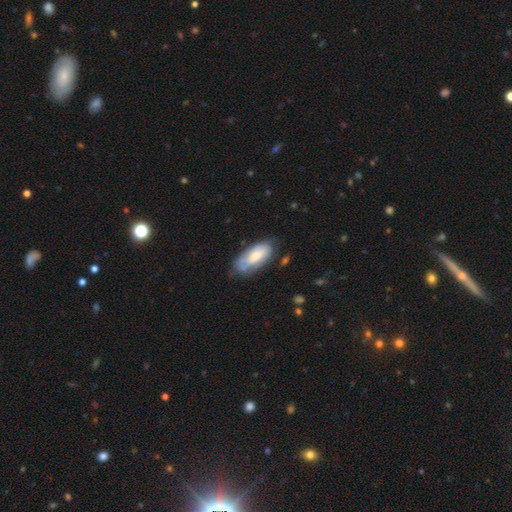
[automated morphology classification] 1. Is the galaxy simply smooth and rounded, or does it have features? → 67% smooth, 26% featured or disk, 6% star or artifact.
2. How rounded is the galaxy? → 85% in between, 13% cigar-shaped, 2% round.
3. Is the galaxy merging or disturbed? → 52% none, 32% minor disturbance, 12% major disturbance, 4% merger.